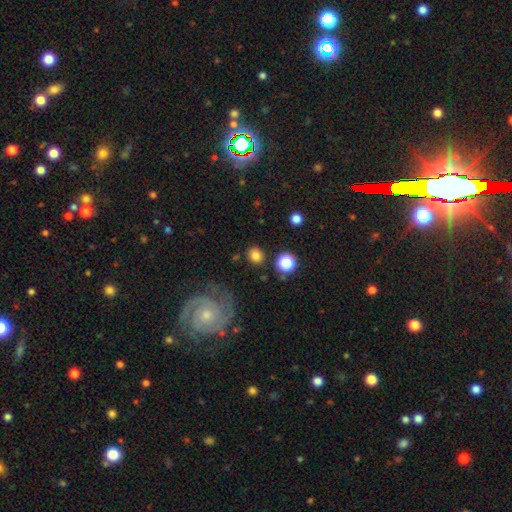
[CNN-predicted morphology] Q: Smooth or featured?
A: smooth (81%); runner-up: star or artifact (11%)
Q: How rounded?
A: round (73%); runner-up: in between (26%)
Q: Merging?
A: none (84%); runner-up: minor disturbance (9%)